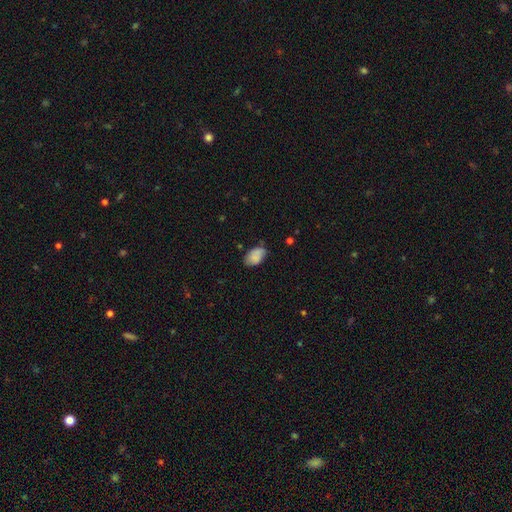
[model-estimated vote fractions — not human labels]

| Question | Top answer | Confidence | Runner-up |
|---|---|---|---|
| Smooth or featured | smooth | 80% | featured or disk (12%) |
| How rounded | in between | 91% | round (7%) |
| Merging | none | 63% | minor disturbance (28%) |